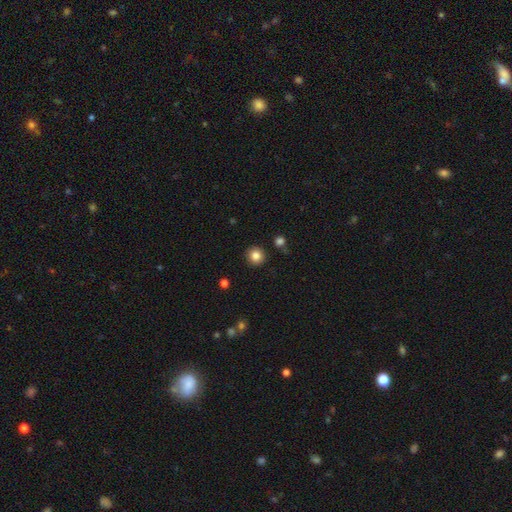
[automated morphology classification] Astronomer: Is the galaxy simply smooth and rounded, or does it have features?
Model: smooth — 84%.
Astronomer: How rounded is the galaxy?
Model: round — 93%.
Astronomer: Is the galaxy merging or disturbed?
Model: none — 90%.